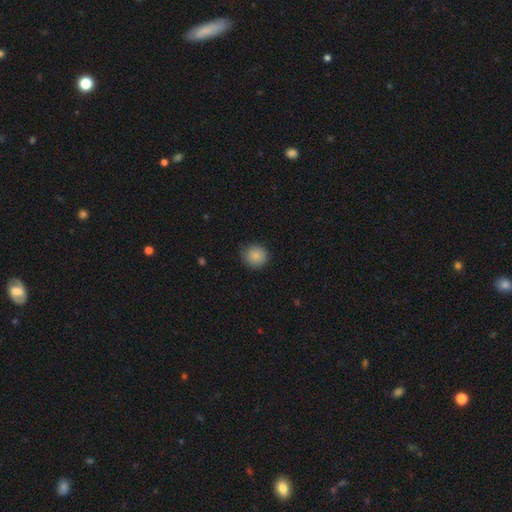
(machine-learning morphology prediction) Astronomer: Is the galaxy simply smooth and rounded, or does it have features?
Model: smooth — 86%.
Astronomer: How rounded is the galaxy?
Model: round — 91%.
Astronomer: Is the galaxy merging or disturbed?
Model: none — 81%.